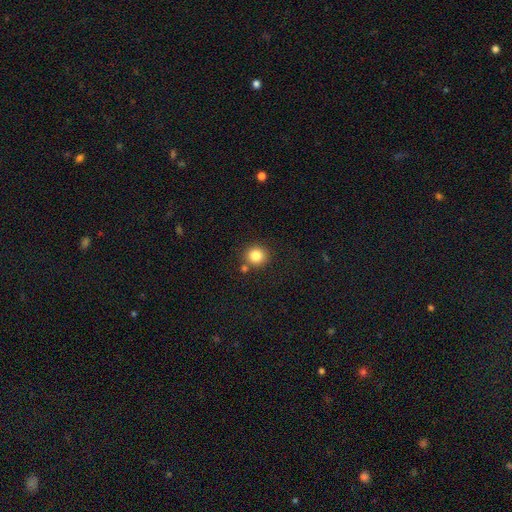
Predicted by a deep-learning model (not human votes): smooth 83%, star or artifact 11%, featured or disk 6%. Down the decision tree: how rounded — round (90%); merging — none (80%).